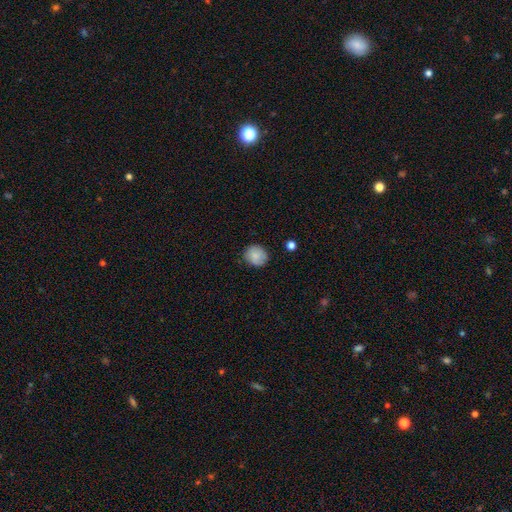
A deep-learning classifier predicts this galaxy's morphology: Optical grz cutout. It shows a smooth galaxy with no disk features (84%) that is round (78%). Merging: none (81%).